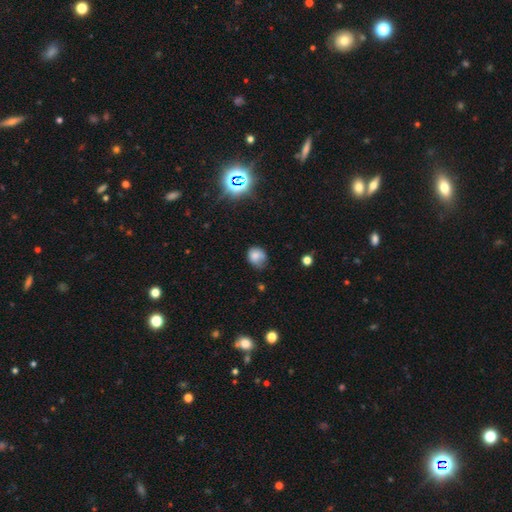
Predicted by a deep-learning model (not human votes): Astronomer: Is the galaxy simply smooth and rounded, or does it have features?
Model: smooth — 75%.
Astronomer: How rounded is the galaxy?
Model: round — 60% (runner-up: in between, 39%).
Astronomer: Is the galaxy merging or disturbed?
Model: none — 46% (runner-up: minor disturbance, 37%).